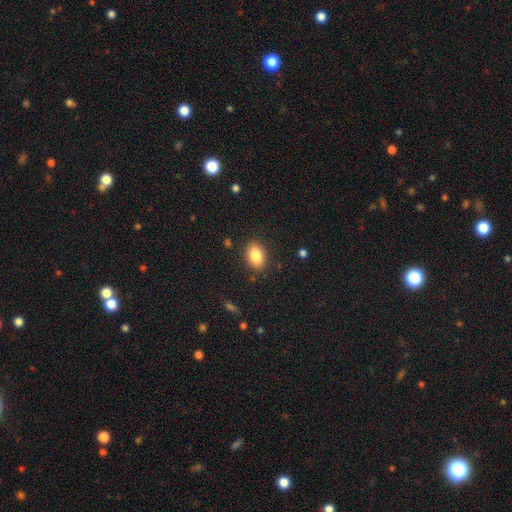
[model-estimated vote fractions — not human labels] This is clearly a smooth galaxy (86%). How rounded: clearly in between (83%). Merging: clearly none (86%).